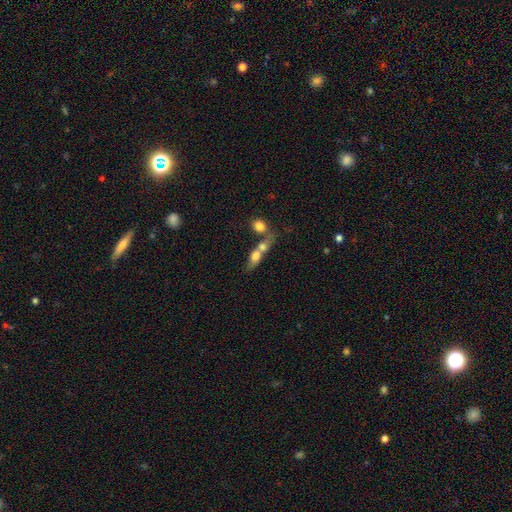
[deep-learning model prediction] A smooth galaxy with no disk features (66%) that is in between round and cigar-shaped (62%). Merging: merger (61%).